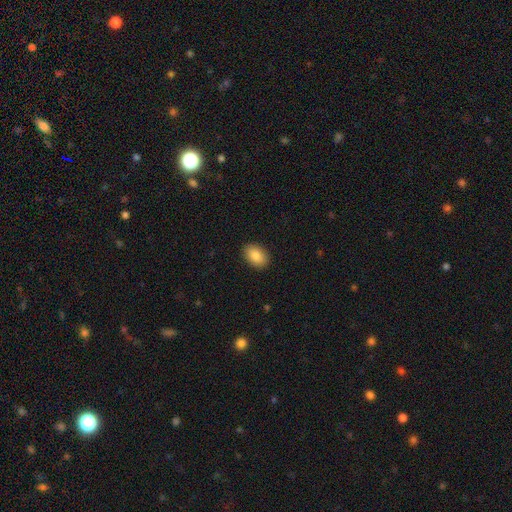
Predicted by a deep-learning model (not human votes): This is clearly a smooth galaxy (87%). How rounded: clearly in between (86%). Merging: clearly none (89%).